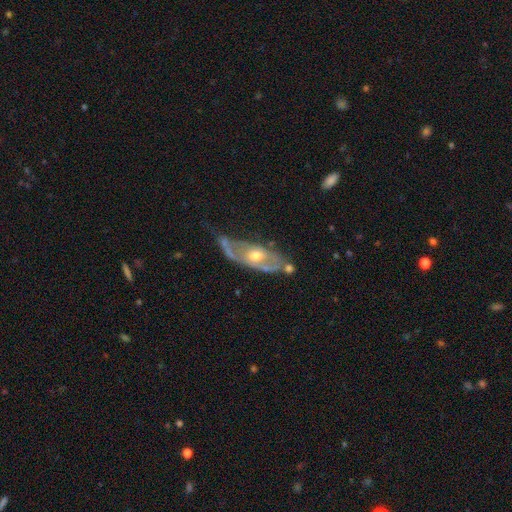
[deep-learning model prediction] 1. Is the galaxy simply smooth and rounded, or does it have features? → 72% featured or disk, 22% smooth, 6% star or artifact.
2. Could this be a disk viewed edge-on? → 80% no, 20% yes.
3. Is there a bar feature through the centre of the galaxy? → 78% no, 17% weak, 5% strong.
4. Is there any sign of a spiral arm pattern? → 50% no (tied), 50% yes (tied).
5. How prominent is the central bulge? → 67% moderate, 25% small, 5% large, 1% none, 1% dominant.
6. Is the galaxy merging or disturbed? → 42% none, 29% minor disturbance, 19% major disturbance, 10% merger.